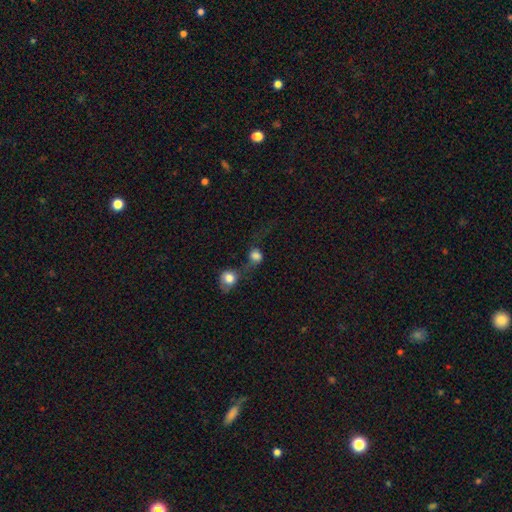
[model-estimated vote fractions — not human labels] smooth 74%, featured or disk 14%, star or artifact 12%. Down the decision tree: how rounded — round (72%); merging — merger (60%).